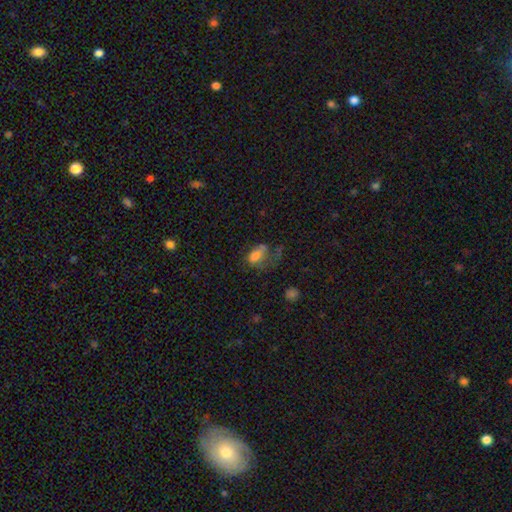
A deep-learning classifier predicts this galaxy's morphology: Q: Smooth or featured?
A: smooth (63%); runner-up: featured or disk (24%)
Q: How rounded?
A: in between (83%); runner-up: round (14%)
Q: Merging?
A: major disturbance (45%); runner-up: none (25%)